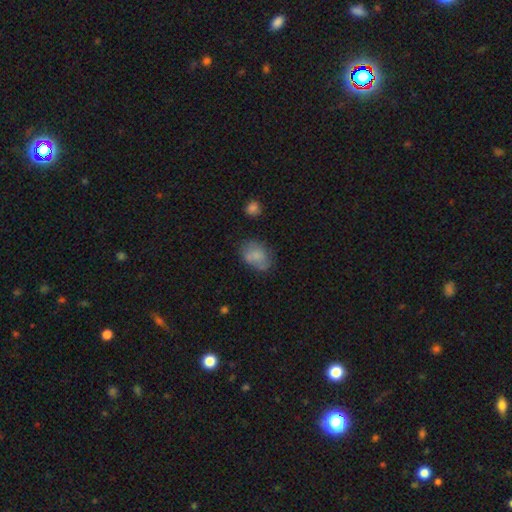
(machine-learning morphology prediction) A smooth galaxy with no disk features (75%) that is in between round and cigar-shaped (77%).

Vote fractions:
- Smooth or featured? smooth: 75% / featured or disk: 16% / star or artifact: 9%
- How rounded? in between: 77% / round: 21% / cigar-shaped: 1%
- Merging? none: 56% / minor disturbance: 26% / major disturbance: 10% / merger: 8%